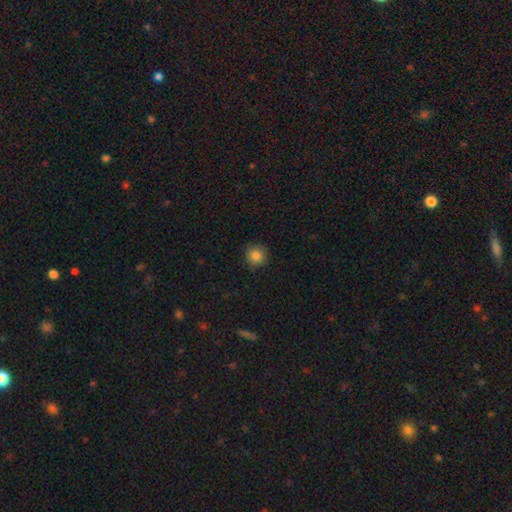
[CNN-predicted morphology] Smooth or featured? Predicted: smooth (p=0.86). How rounded? Predicted: round (p=0.94). Merging? Predicted: none (p=0.89).